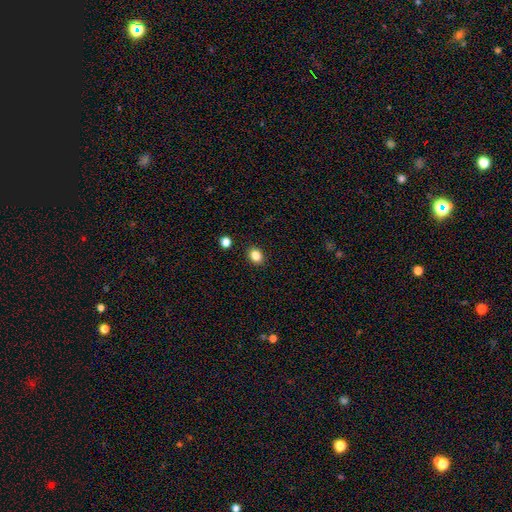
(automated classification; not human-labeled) smooth 84%, star or artifact 11%, featured or disk 5%. Down the decision tree: how rounded — in between (51%); merging — none (90%).